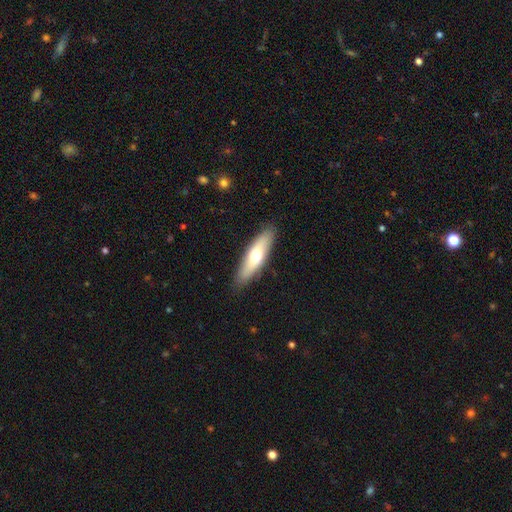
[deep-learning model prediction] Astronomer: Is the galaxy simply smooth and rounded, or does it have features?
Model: smooth — 59% (runner-up: featured or disk, 35%).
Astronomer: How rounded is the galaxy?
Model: cigar-shaped — 56% (runner-up: in between, 42%).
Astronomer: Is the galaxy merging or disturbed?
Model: none — 87%.